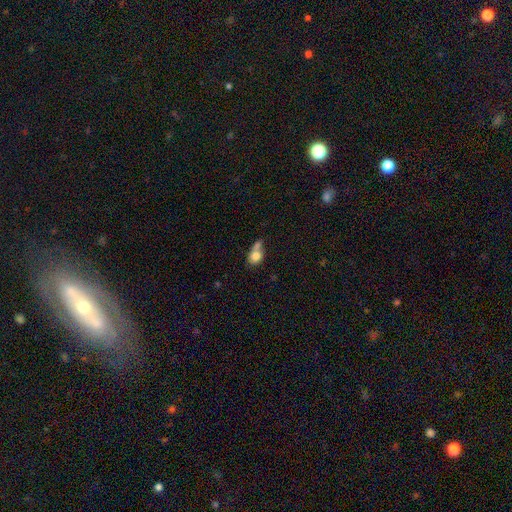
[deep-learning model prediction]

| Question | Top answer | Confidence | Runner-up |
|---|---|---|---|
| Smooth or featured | smooth | 76% | featured or disk (15%) |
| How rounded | round | 50% | in between (48%) |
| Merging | merger | 46% | none (28%) |